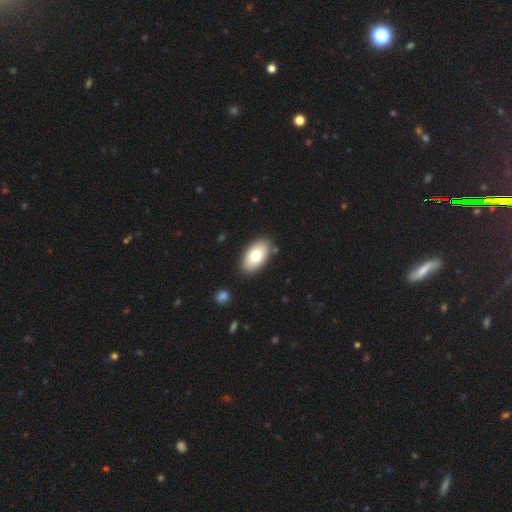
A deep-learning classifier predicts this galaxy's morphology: This is likely a smooth galaxy (73%). How rounded: clearly in between (94%). Merging: clearly none (87%).